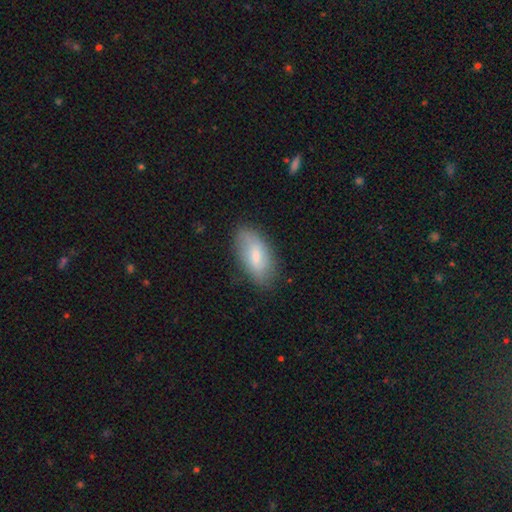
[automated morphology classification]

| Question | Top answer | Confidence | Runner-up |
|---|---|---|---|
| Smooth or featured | smooth | 70% | featured or disk (24%) |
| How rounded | in between | 89% | cigar-shaped (8%) |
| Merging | none | 78% | minor disturbance (18%) |